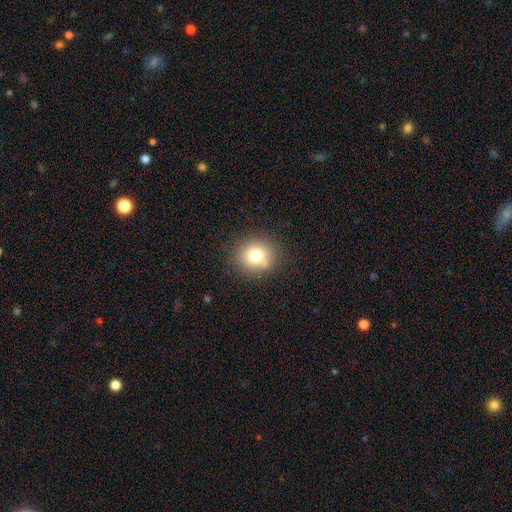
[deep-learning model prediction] A smooth galaxy with no disk features (76%) that is round (80%).

Vote fractions:
- Smooth or featured? smooth: 76% / star or artifact: 13% / featured or disk: 11%
- How rounded? round: 80% / in between: 19% / cigar-shaped: 1%
- Merging? none: 83% / minor disturbance: 11% / major disturbance: 4% / merger: 3%